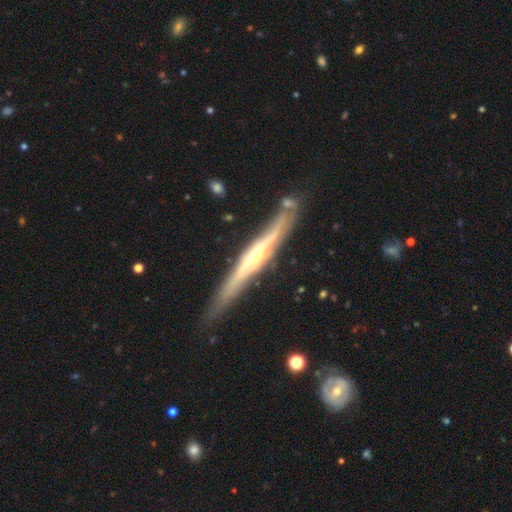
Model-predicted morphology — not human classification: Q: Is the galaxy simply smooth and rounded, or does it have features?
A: featured or disk — 81%.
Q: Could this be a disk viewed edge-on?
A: yes — 94%.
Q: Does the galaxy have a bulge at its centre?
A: rounded — 79%.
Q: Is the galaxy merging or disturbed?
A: none — 77%.